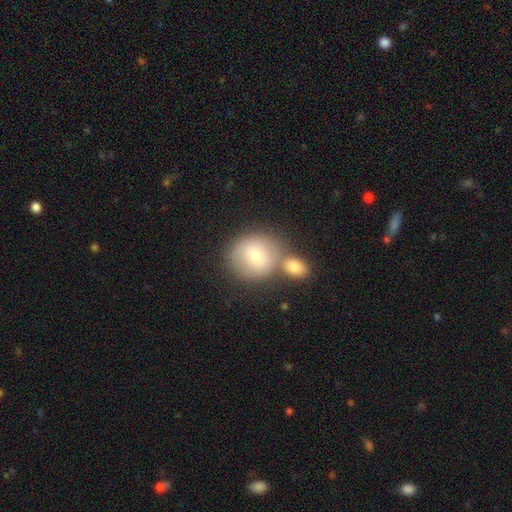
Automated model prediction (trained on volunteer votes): A smooth galaxy with no disk features (67%) that is round (86%).

Vote fractions:
- Smooth or featured? smooth: 67% / featured or disk: 26% / star or artifact: 8%
- How rounded? round: 86% / in between: 13% / cigar-shaped: 1%
- Merging? none: 50% / merger: 34% / minor disturbance: 12% / major disturbance: 4%